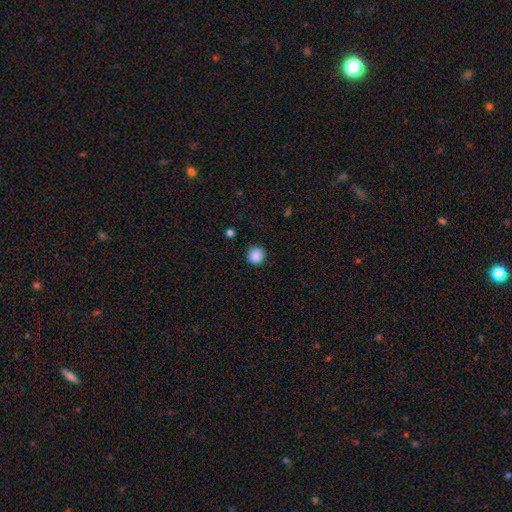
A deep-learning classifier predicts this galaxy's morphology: A smooth galaxy with no disk features (88%) that is round (94%).

Vote fractions:
- Smooth or featured? smooth: 88% / star or artifact: 9% / featured or disk: 3%
- How rounded? round: 94% / in between: 5% / cigar-shaped: 1%
- Merging? none: 89% / minor disturbance: 8% / major disturbance: 2% / merger: 1%